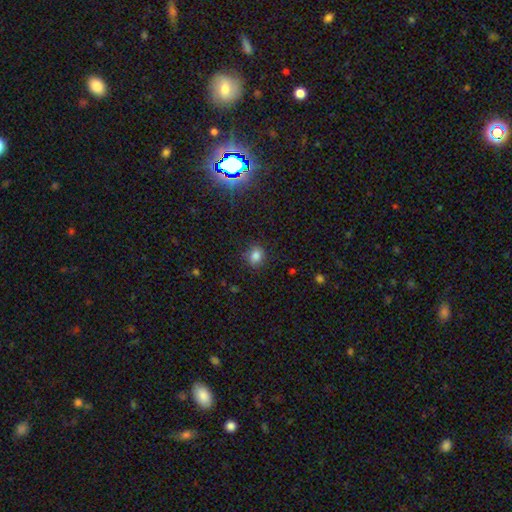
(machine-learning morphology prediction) type=smooth (82%); roundness=round (63%); merging=none (82%).